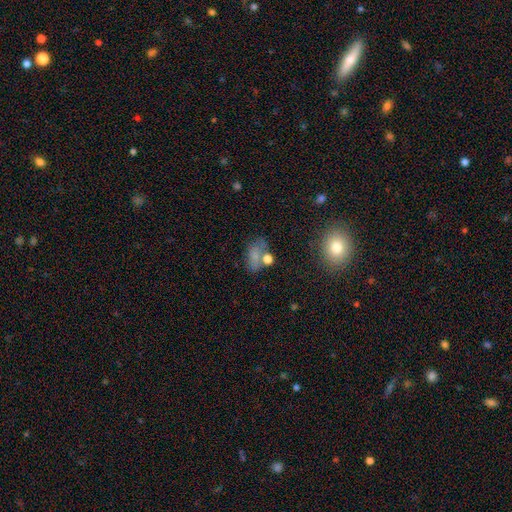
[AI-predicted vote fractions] Smooth or featured?
  - smooth: 66% *
  - featured or disk: 18%
  - star or artifact: 16%
How rounded?
  - in between: 83% *
  - round: 14%
  - cigar-shaped: 3%
Merging?
  - none: 51% *
  - minor disturbance: 21%
  - merger: 17%
  - major disturbance: 11%